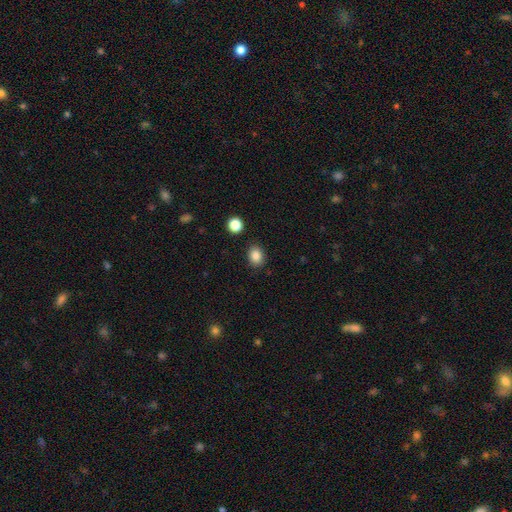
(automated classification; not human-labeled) smooth-or-featured: smooth: 86% | star or artifact: 10% | featured or disk: 5%
  how-rounded: in between: 53% | round: 46% | cigar-shaped: 1%
  merging: none: 87% | minor disturbance: 8% | merger: 3% | major disturbance: 2%